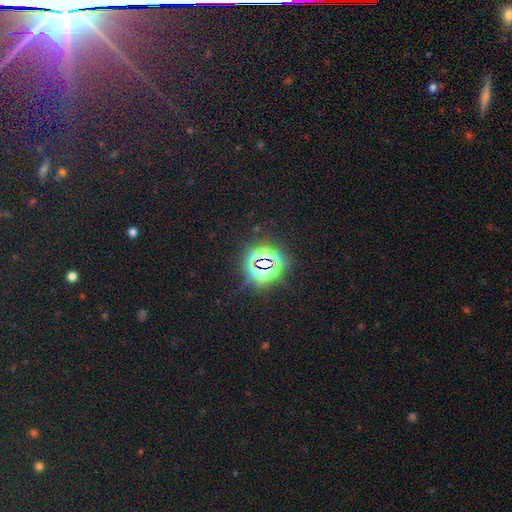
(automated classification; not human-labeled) smooth-or-featured: star or artifact: 71% | smooth: 21% | featured or disk: 8%